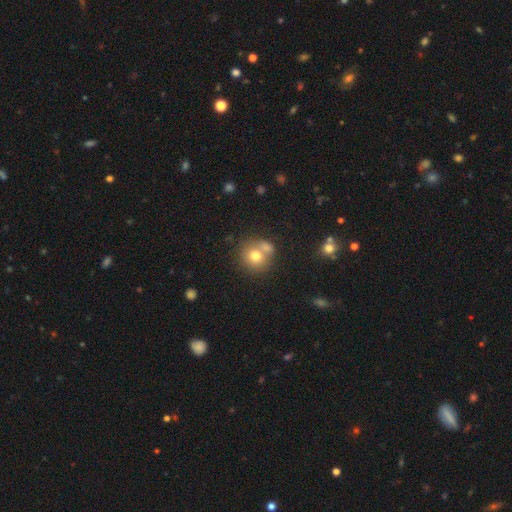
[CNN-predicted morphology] The model was most divided on "merging": none: 50%, merger: 35%, minor disturbance: 10%, major disturbance: 4%. More confident: how rounded — round (86%); smooth or featured — smooth (74%).